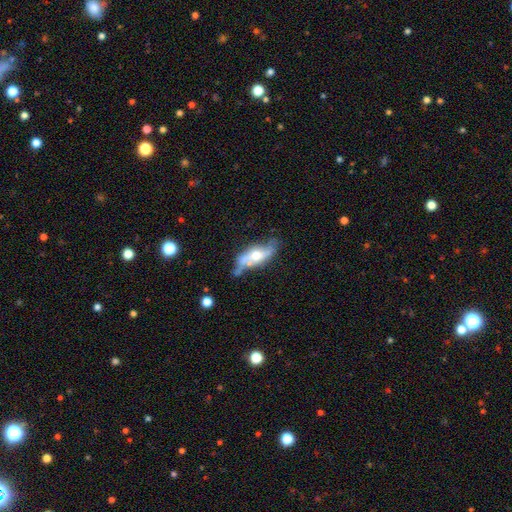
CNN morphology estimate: Smooth or featured? Predicted: featured or disk (p=0.63). Edge-on disk? Predicted: no (p=0.65). Merging? Predicted: none (p=0.45).